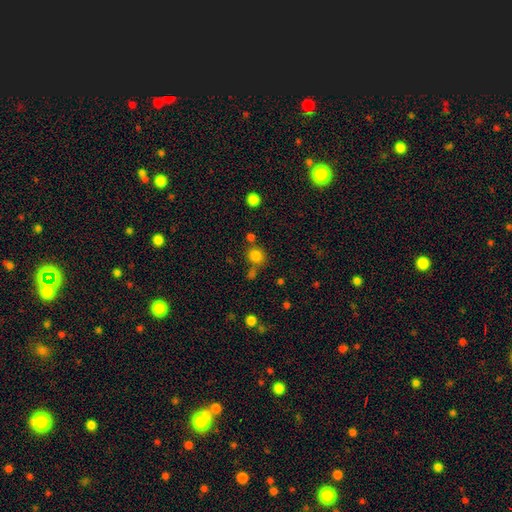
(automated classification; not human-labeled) This appears to be a smooth galaxy with no disk features (80%) that is round (84%). Merging: none (69%).